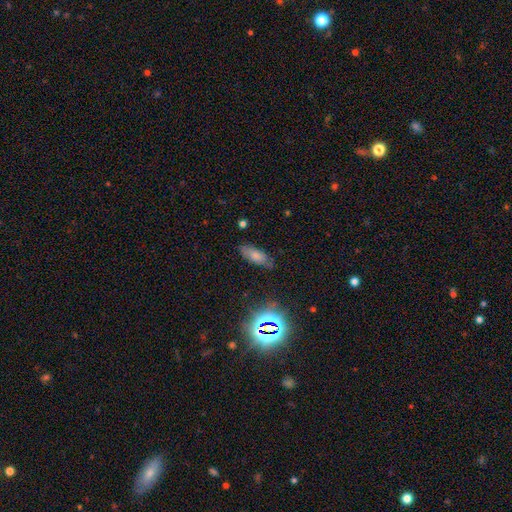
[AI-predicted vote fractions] Smooth or featured? Predicted: smooth (p=0.71). How rounded? Predicted: in between (p=0.76). Merging? Predicted: none (p=0.76).